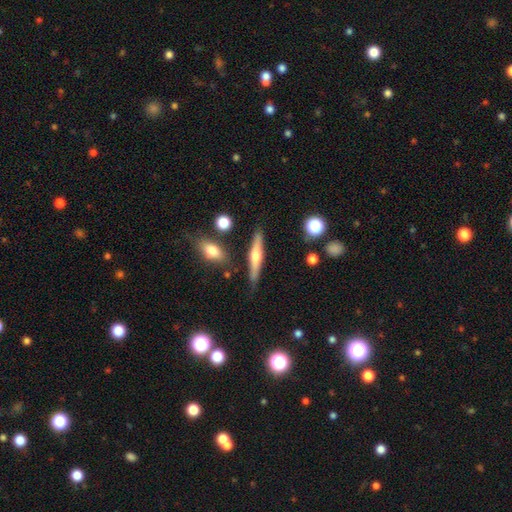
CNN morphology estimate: Q: Smooth or featured?
A: featured or disk (55%); runner-up: smooth (38%)
Q: Edge-on disk?
A: yes (95%); runner-up: no (5%)
Q: Edge-on bulge?
A: rounded (87%); runner-up: none (7%)
Q: Merging?
A: none (82%); runner-up: minor disturbance (12%)